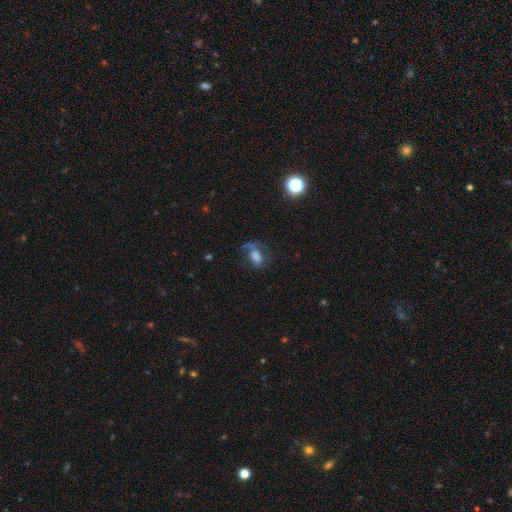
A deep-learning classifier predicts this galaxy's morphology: smooth-or-featured: smooth: 43% | featured or disk: 40% | star or artifact: 17%
  merging: none: 42% | major disturbance: 34% | minor disturbance: 20% | merger: 4%